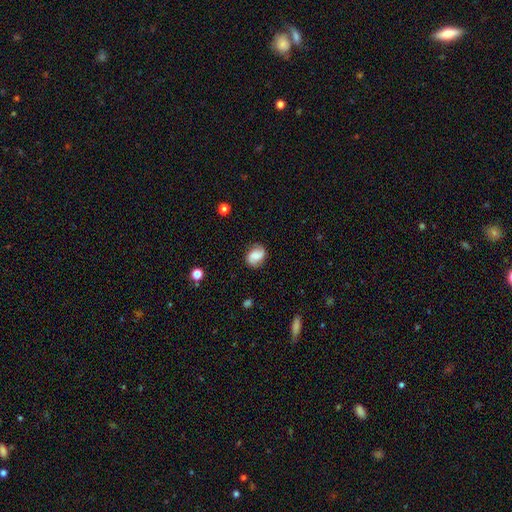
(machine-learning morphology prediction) Smooth or featured: smooth — 47% (featured or disk — 44%)
Merging: none — 77% (minor disturbance — 17%)